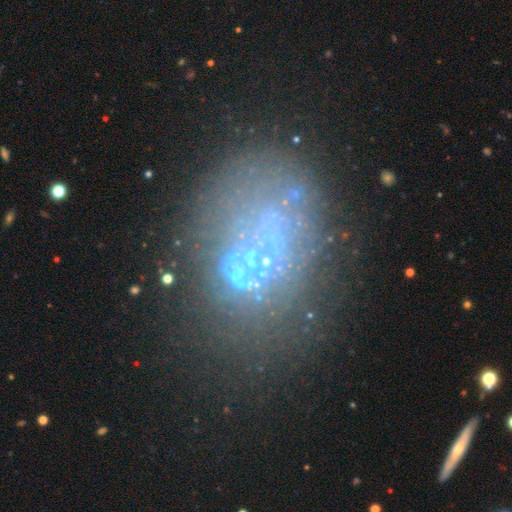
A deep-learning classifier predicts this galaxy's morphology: A featured or disk galaxy (44%).

Vote fractions:
- Smooth or featured? featured or disk: 44% / star or artifact: 33% / smooth: 23%
- Merging? none: 49% / major disturbance: 24% / minor disturbance: 18% / merger: 10%